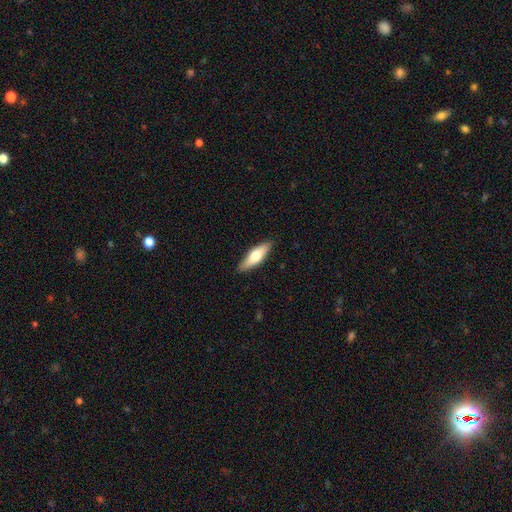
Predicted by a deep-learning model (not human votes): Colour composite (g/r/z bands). It shows a smooth galaxy with no disk features (63%) that is in between round and cigar-shaped (50%). Merging: none (87%).